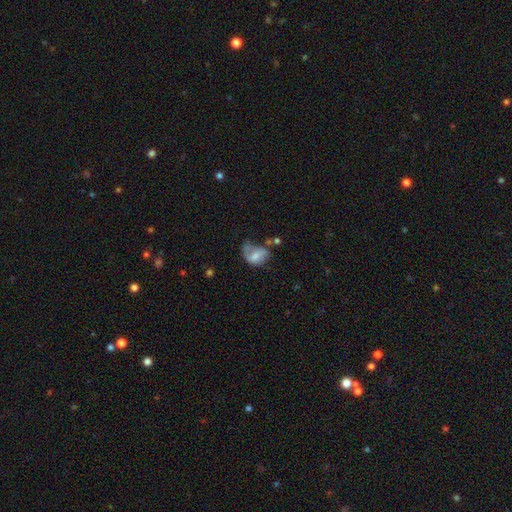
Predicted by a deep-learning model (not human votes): The model was most divided on "merging": major disturbance: 32%, minor disturbance: 29%, none: 27%, merger: 12%. More confident: how rounded — in between (70%); smooth or featured — smooth (52%).